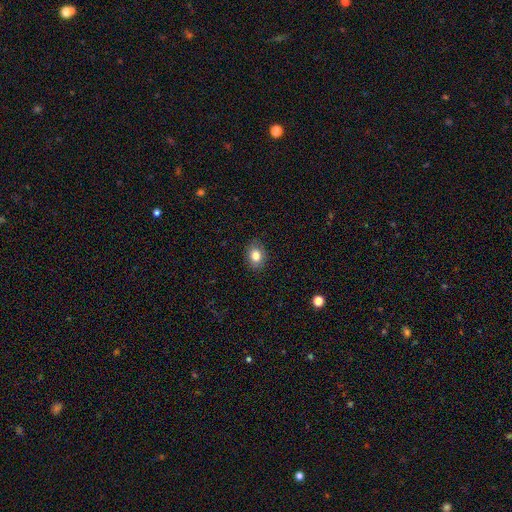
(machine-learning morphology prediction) Smooth or featured? smooth (83%)
How rounded? in between (60%)
Merging? none (86%)